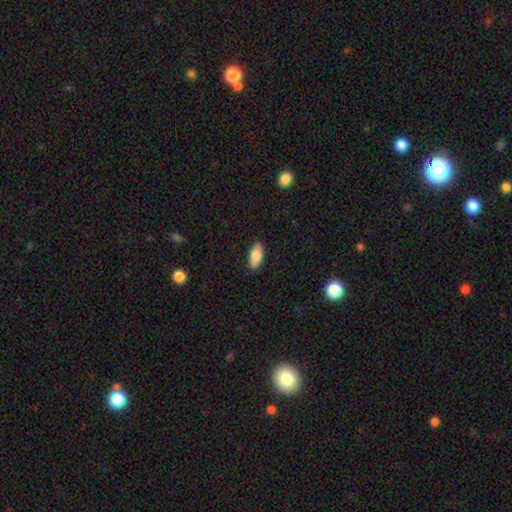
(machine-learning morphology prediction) A smooth galaxy with no disk features (83%) that is in between round and cigar-shaped (87%). Merging: none (88%).